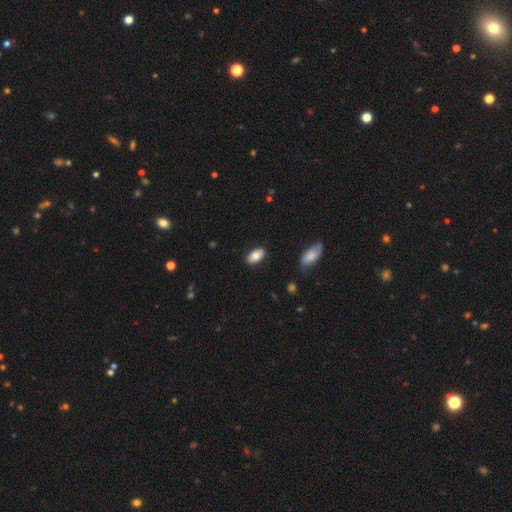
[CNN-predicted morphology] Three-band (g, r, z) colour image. It shows a smooth galaxy with no disk features (78%) that is in between round and cigar-shaped (93%). Merging: none (85%).